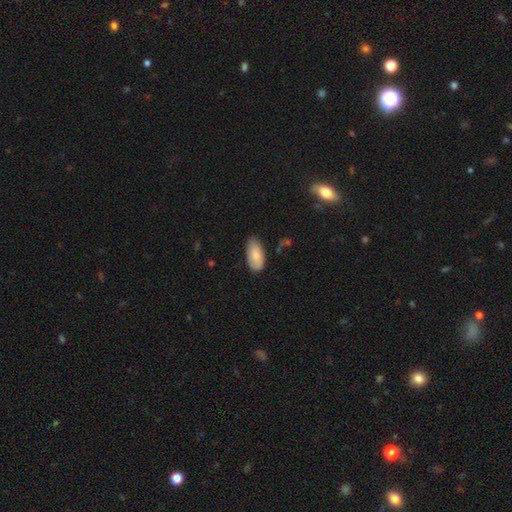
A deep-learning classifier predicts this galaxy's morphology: smooth 82%, featured or disk 12%, star or artifact 6%. Down the decision tree: how rounded — in between (93%); merging — none (69%).